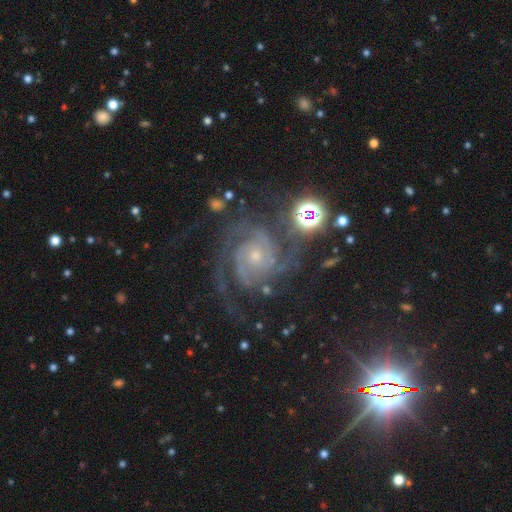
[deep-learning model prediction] Morphology: type=featured or disk (89%); edge-on=no (98%); bar=no (67%); spiral arms=yes (98%); winding=tight (64%); arm count=2 (46%); bulge=small (61%); merging=none (67%).